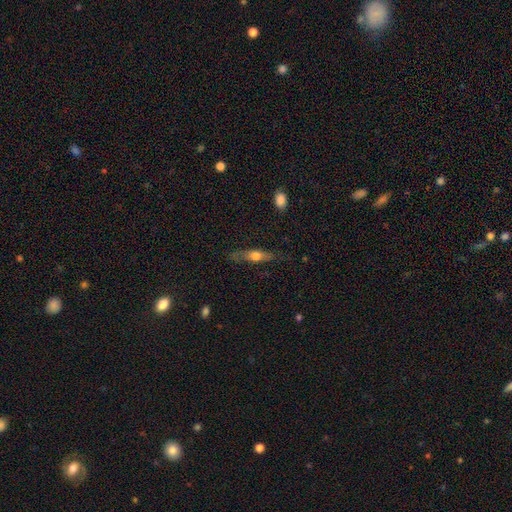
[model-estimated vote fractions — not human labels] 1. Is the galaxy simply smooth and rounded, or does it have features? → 52% smooth, 41% featured or disk, 7% star or artifact.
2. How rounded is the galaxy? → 66% cigar-shaped, 30% in between, 4% round.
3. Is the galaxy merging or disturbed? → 73% none, 19% minor disturbance, 6% major disturbance, 2% merger.